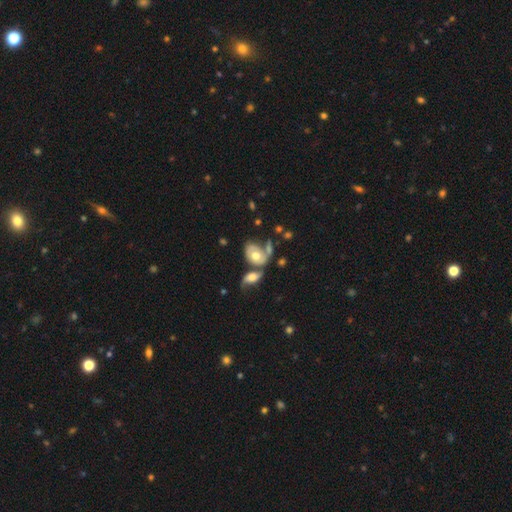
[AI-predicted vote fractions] Smooth or featured?
  - smooth: 48% *
  - featured or disk: 45%
  - star or artifact: 7%
Merging?
  - merger: 45% *
  - none: 25%
  - major disturbance: 15%
  - minor disturbance: 14%